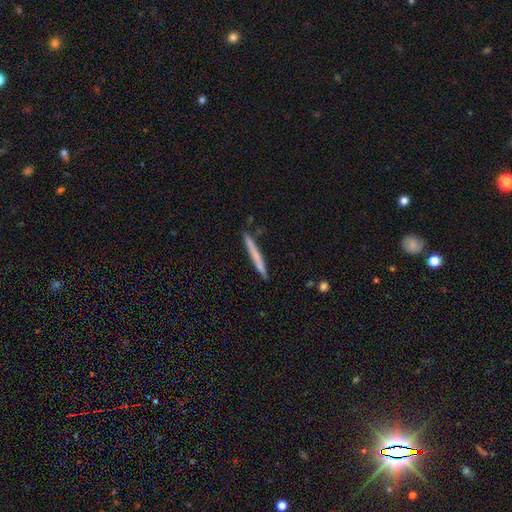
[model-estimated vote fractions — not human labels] smooth_or_featured: smooth (p=0.65) [alt: featured or disk p=0.29]
how_rounded: cigar-shaped (p=0.97) [alt: in between p=0.02]
merging: none (p=0.88) [alt: minor disturbance p=0.08]